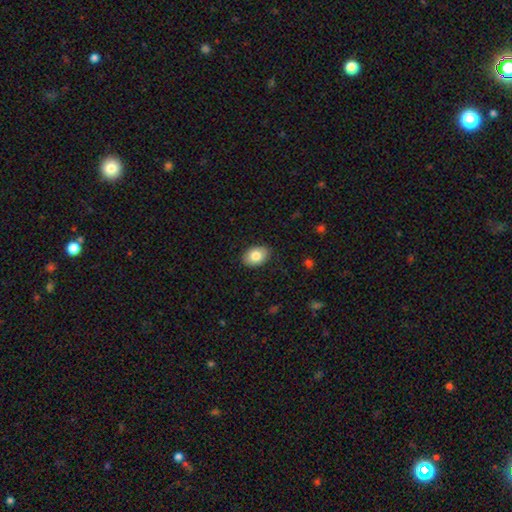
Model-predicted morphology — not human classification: type=smooth (83%); roundness=in between (82%); merging=none (87%).